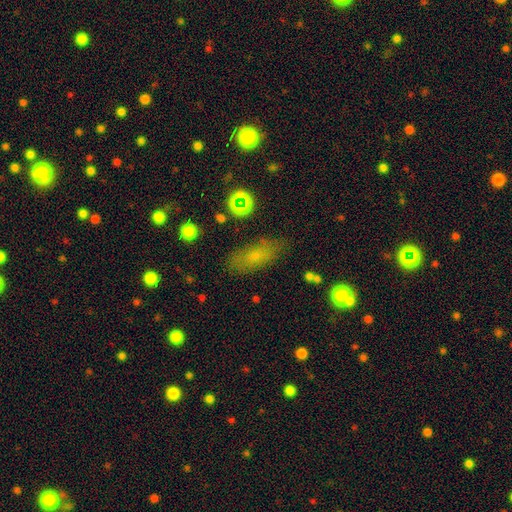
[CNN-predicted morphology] smooth 66%, featured or disk 20%, star or artifact 14%. Down the decision tree: how rounded — in between (72%); merging — none (76%).